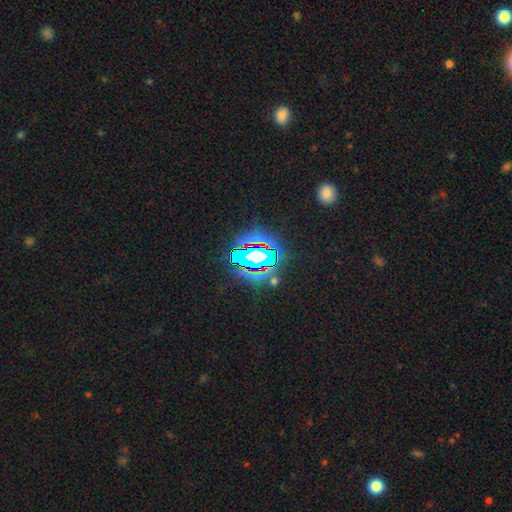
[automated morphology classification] Smooth or featured?
  - star or artifact: 76% *
  - smooth: 12%
  - featured or disk: 12%